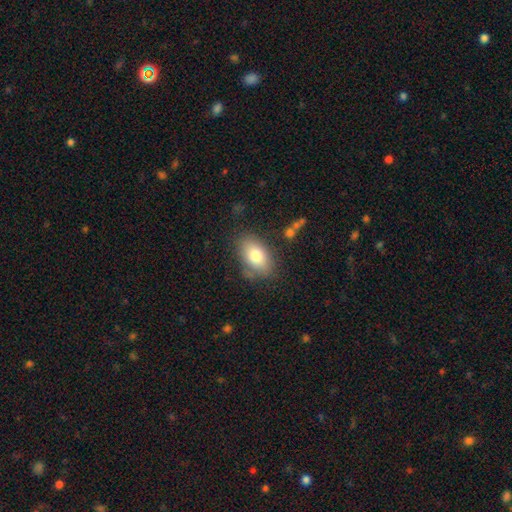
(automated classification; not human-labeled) This appears to be a smooth galaxy with no disk features (79%) that is in between round and cigar-shaped (89%). Merging: none (75%).